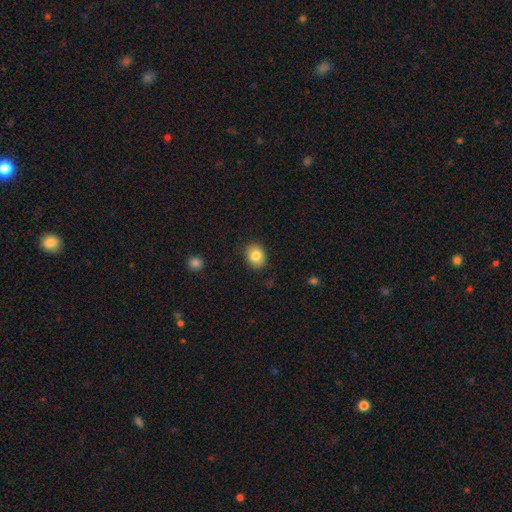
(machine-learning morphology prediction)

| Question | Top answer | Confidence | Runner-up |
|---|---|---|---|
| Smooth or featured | smooth | 83% | featured or disk (9%) |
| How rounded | in between | 54% | round (45%) |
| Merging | none | 87% | minor disturbance (10%) |